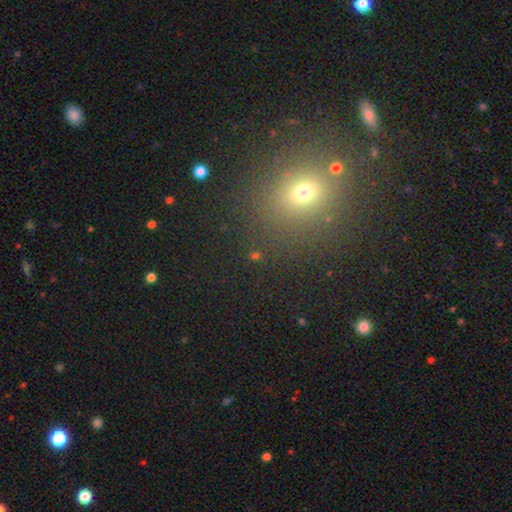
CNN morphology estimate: Smooth or featured?
  - smooth: 50% *
  - star or artifact: 40%
  - featured or disk: 10%
How rounded?
  - round: 71% *
  - in between: 26%
  - cigar-shaped: 3%
Merging?
  - none: 81% *
  - minor disturbance: 8%
  - major disturbance: 5%
  - merger: 5%